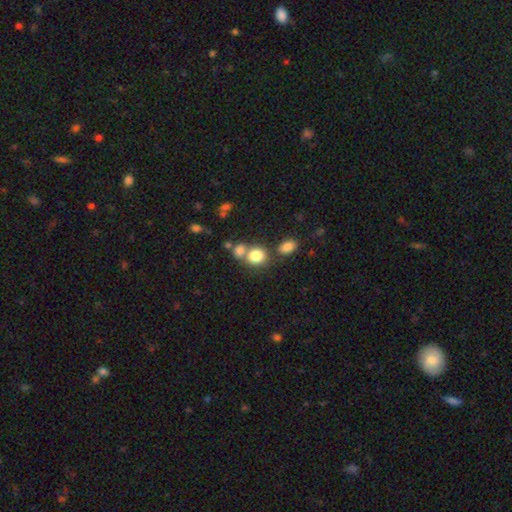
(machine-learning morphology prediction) smooth 81%, star or artifact 10%, featured or disk 8%. Down the decision tree: how rounded — round (69%); merging — none (47%).